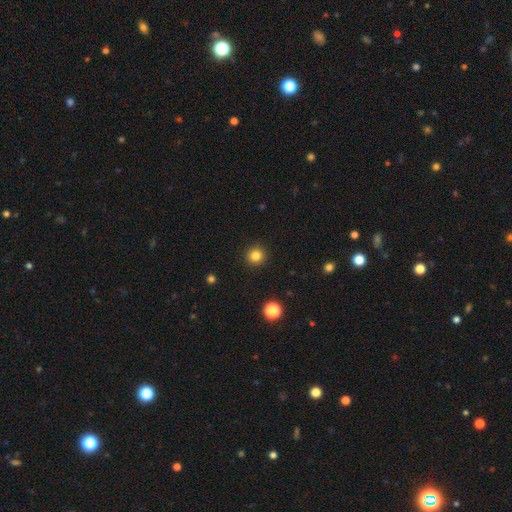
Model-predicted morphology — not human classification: smooth_or_featured: smooth (p=0.83) [alt: star or artifact p=0.12]
how_rounded: round (p=0.94) [alt: in between p=0.06]
merging: none (p=0.92) [alt: minor disturbance p=0.05]